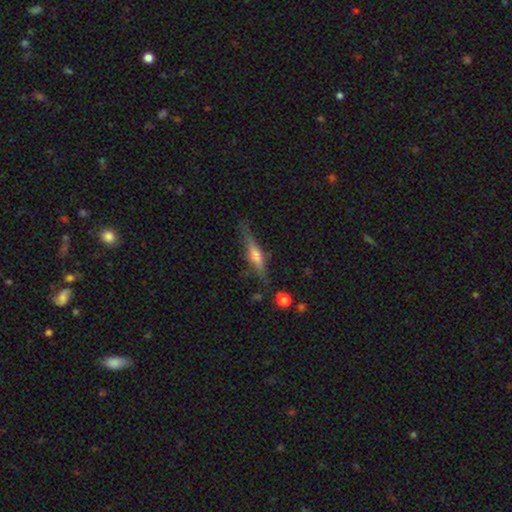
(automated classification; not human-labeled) Smooth or featured?
  - featured or disk: 66% *
  - smooth: 26%
  - star or artifact: 8%
Edge-on disk?
  - yes: 96% *
  - no: 4%
Edge-on bulge?
  - rounded: 81% *
  - boxy: 12%
  - none: 7%
Merging?
  - none: 80% *
  - minor disturbance: 14%
  - major disturbance: 4%
  - merger: 3%